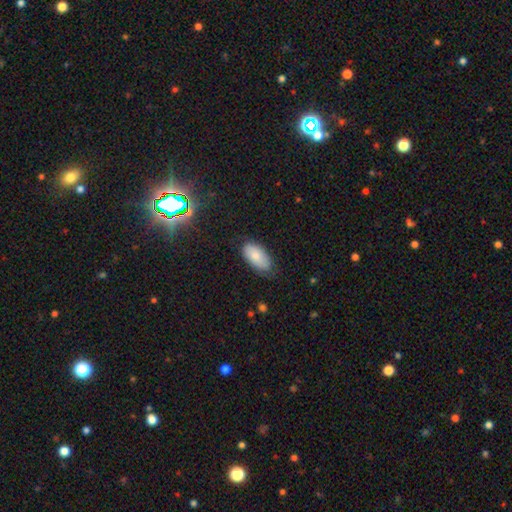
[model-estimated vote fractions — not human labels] This appears to be a smooth galaxy with no disk features (80%) that is in between round and cigar-shaped (94%). Merging: none (71%).